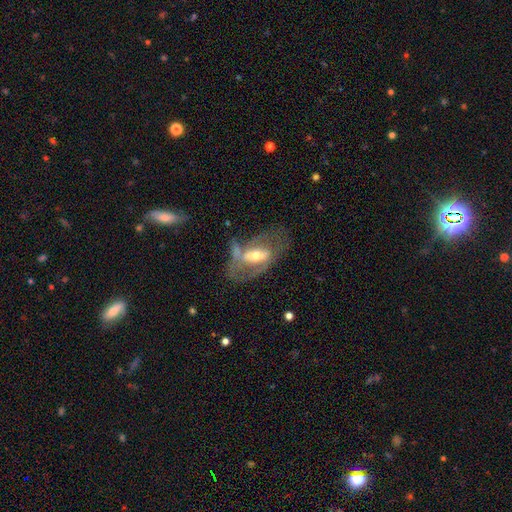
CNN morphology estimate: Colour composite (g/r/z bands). It shows a featured or disk galaxy (71%) with a strong bar (41%), spiral arms (55%) and a moderate central bulge (58%). Merging: none (36%).